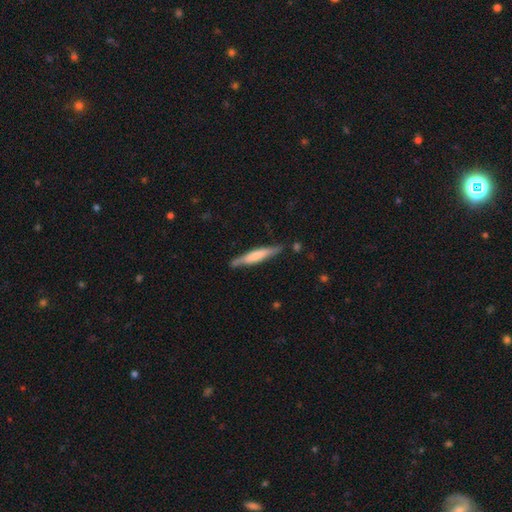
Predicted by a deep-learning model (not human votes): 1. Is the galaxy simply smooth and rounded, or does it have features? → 52% smooth, 43% featured or disk, 5% star or artifact.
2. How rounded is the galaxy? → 91% cigar-shaped, 8% in between, 1% round.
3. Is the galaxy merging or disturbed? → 82% none, 14% minor disturbance, 2% major disturbance, 2% merger.